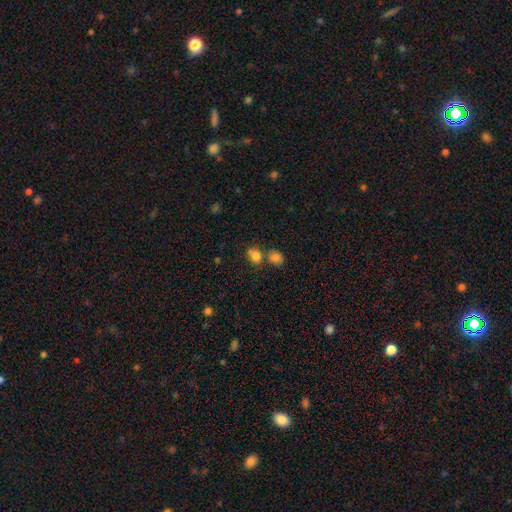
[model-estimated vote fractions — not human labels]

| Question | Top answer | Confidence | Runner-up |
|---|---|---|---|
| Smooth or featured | smooth | 80% | star or artifact (12%) |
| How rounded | round | 53% | in between (46%) |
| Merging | none | 56% | merger (27%) |